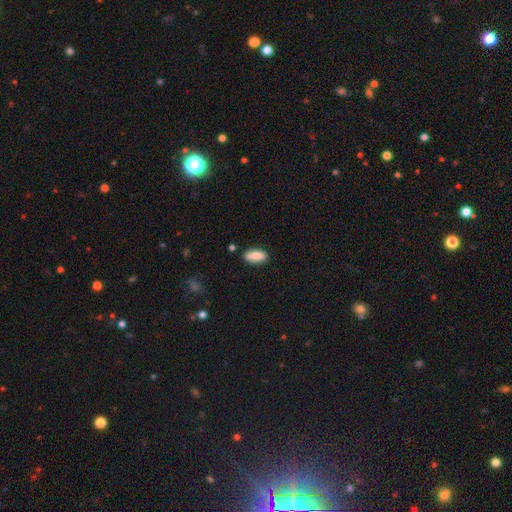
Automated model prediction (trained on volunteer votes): Q: Smooth or featured?
A: smooth (86%); runner-up: featured or disk (7%)
Q: How rounded?
A: in between (73%); runner-up: cigar-shaped (24%)
Q: Merging?
A: none (84%); runner-up: minor disturbance (11%)